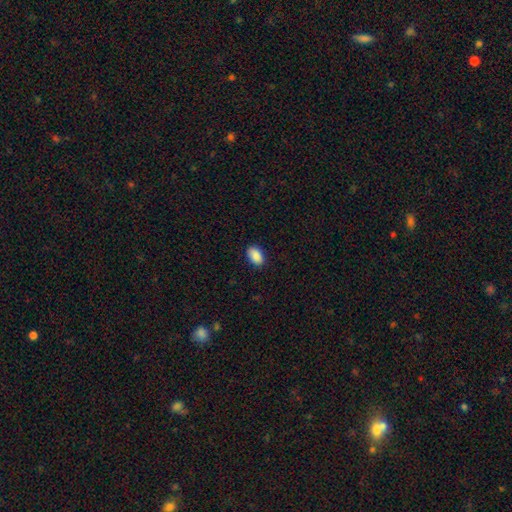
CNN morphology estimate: Q: Smooth or featured?
A: smooth (90%); runner-up: star or artifact (7%)
Q: How rounded?
A: in between (92%); runner-up: round (7%)
Q: Merging?
A: none (88%); runner-up: minor disturbance (9%)